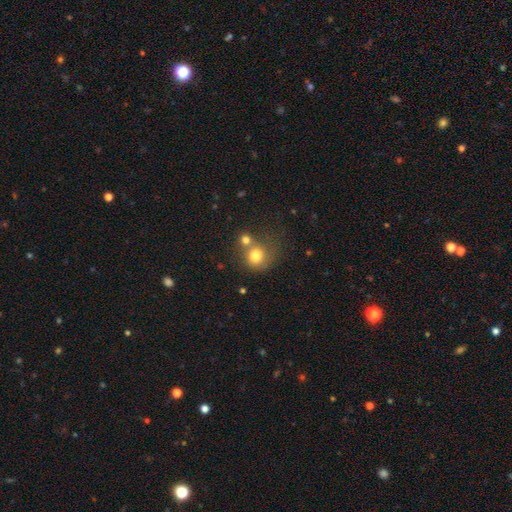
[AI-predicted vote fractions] Smooth or featured: smooth — 76% (featured or disk — 13%)
How rounded: round — 83% (in between — 16%)
Merging: none — 41% (merger — 39%)